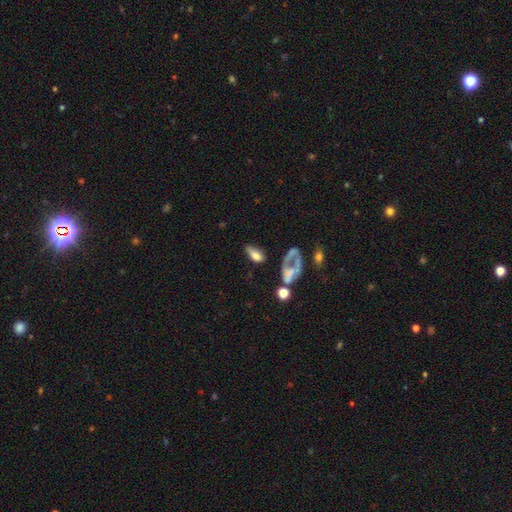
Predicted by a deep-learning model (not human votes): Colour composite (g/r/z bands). It shows a smooth galaxy with no disk features (61%) that is in between round and cigar-shaped (80%). Merging: none (53%).